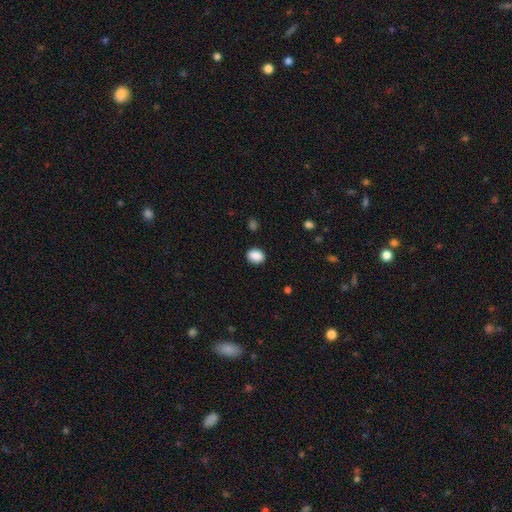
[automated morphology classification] A smooth galaxy with no disk features (89%) that is in between round and cigar-shaped (57%). Merging: none (89%).